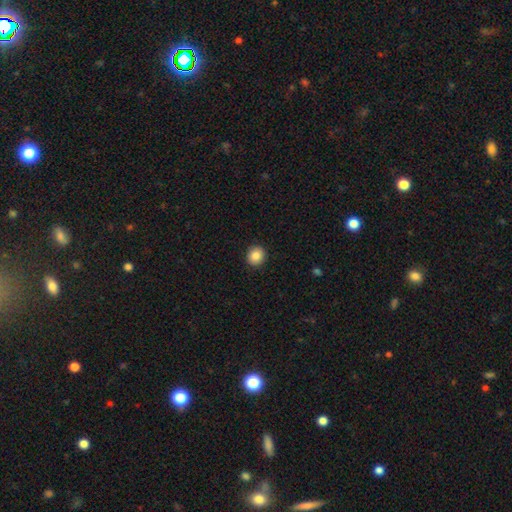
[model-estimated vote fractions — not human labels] Morphology: type=smooth (87%); roundness=round (86%); merging=none (93%).